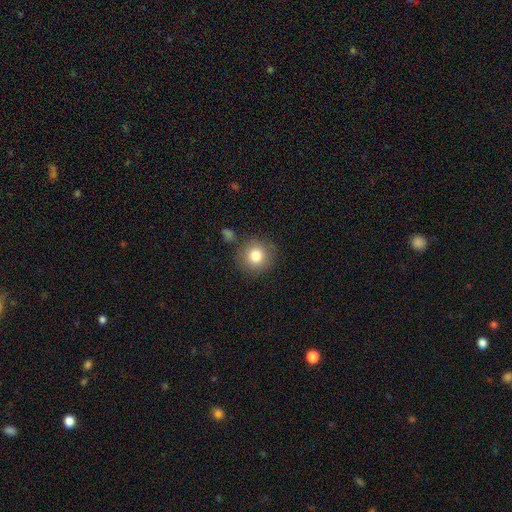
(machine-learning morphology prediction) type=smooth (81%); roundness=round (92%); merging=none (83%).